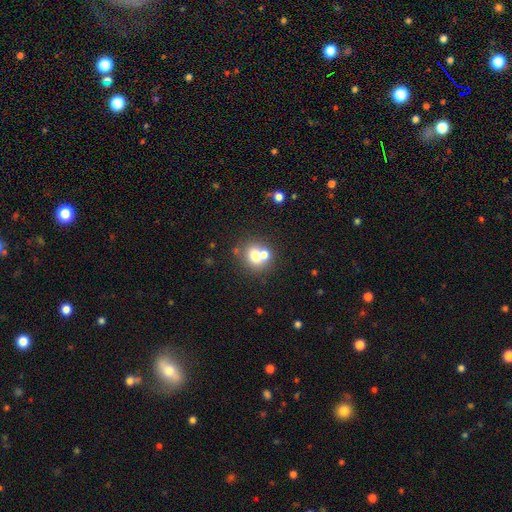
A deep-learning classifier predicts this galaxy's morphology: Overall: smooth (69%). How rounded: round (70%). Merging: none (46%; merger 42%).